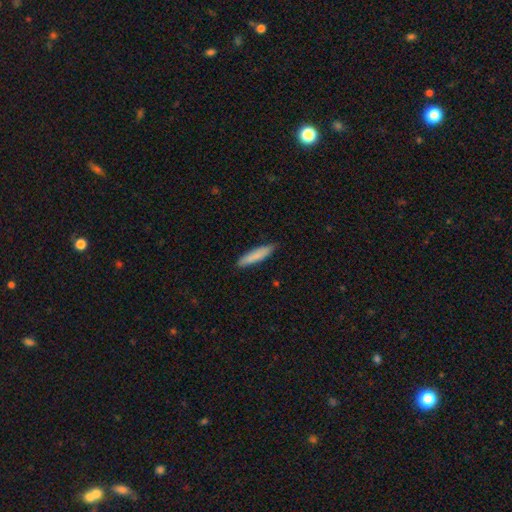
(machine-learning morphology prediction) Smooth or featured? smooth (83%)
How rounded? cigar-shaped (84%)
Merging? none (86%)